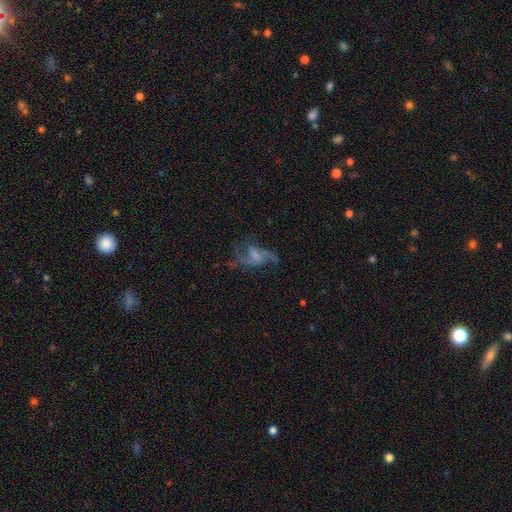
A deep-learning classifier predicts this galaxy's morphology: type=featured or disk (78%); edge-on=no (96%); bar=weak (46%); spiral arms=yes (90%); winding=loose (60%); arm count=2 (69%); bulge=small (41%); merging=none (52%).